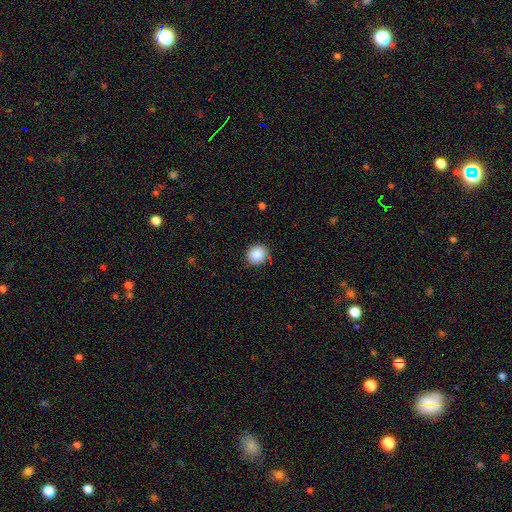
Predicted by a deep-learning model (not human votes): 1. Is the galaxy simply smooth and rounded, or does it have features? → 87% smooth, 9% star or artifact, 4% featured or disk.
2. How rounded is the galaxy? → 84% round, 16% in between, 1% cigar-shaped.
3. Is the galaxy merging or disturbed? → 87% none, 9% minor disturbance, 2% major disturbance, 1% merger.